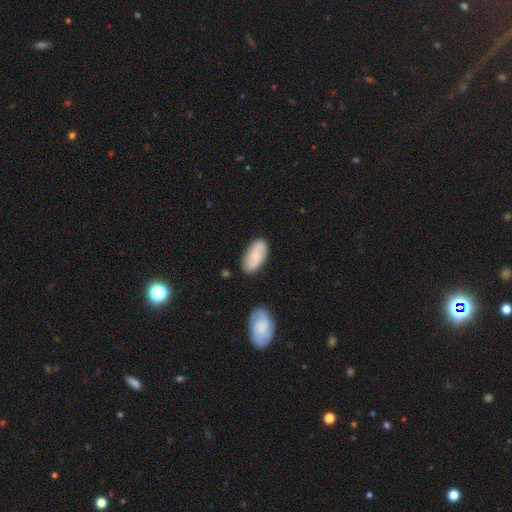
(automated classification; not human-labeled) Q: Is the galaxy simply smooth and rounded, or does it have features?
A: smooth — 59%.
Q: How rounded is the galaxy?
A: in between — 92%.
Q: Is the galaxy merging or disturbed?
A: none — 79%.